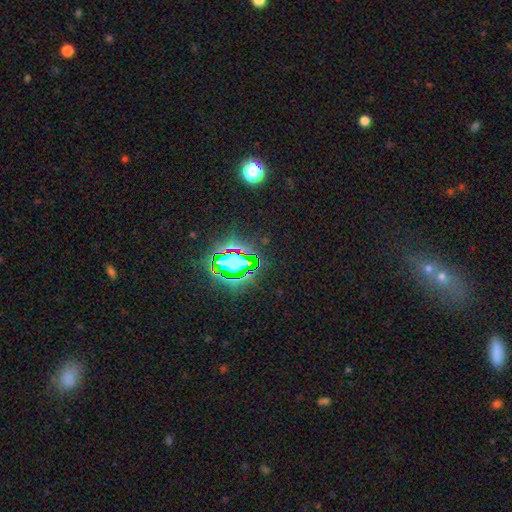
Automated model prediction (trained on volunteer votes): This is likely a star or artifact rather than a galaxy (79%).